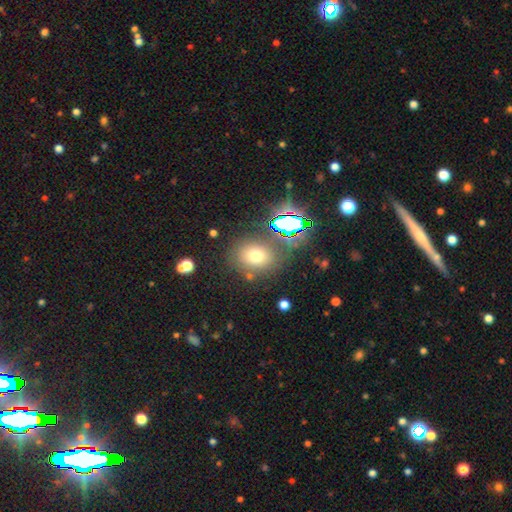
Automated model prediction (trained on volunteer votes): smooth-or-featured: smooth: 67% | star or artifact: 21% | featured or disk: 12%
  how-rounded: round: 53% | in between: 46% | cigar-shaped: 1%
  merging: none: 76% | minor disturbance: 11% | merger: 7% | major disturbance: 5%